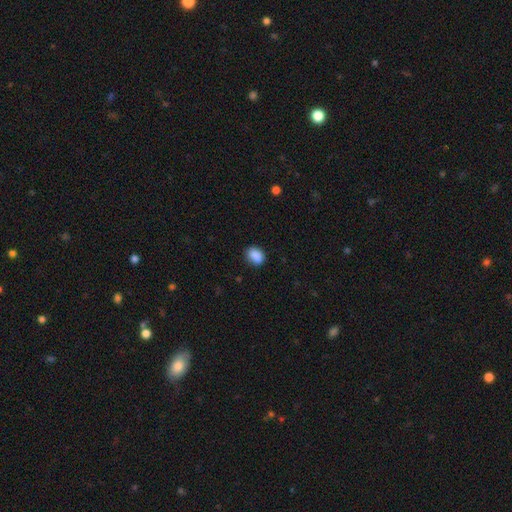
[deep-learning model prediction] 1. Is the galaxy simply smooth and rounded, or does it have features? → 89% smooth, 8% star or artifact, 3% featured or disk.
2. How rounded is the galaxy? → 68% in between, 30% round, 1% cigar-shaped.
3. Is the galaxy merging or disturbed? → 84% none, 12% minor disturbance, 3% major disturbance, 1% merger.